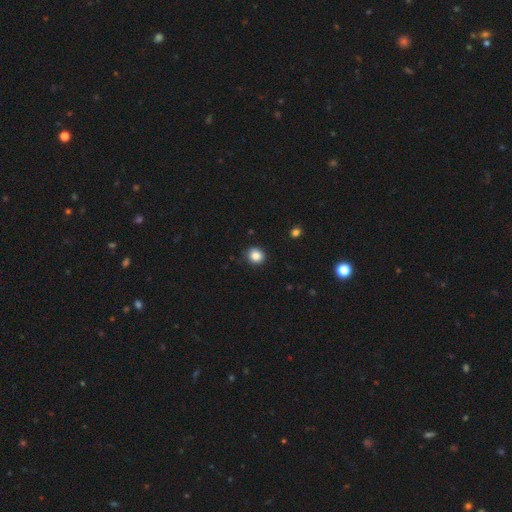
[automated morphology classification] A smooth galaxy with no disk features (85%) that is round (84%). Merging: none (88%).